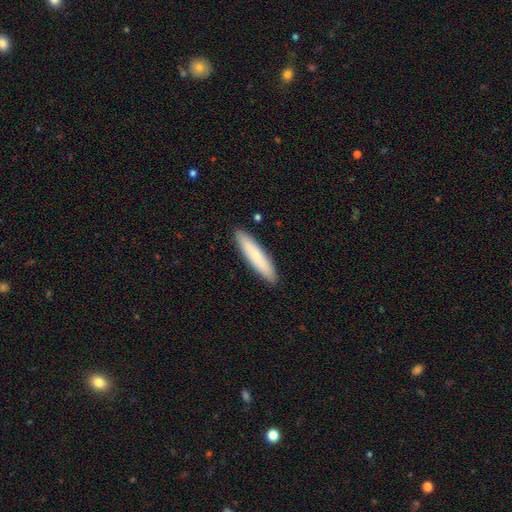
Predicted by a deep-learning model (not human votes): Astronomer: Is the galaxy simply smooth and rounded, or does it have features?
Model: smooth — 72%.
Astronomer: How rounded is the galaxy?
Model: cigar-shaped — 85%.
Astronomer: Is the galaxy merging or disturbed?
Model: none — 91%.